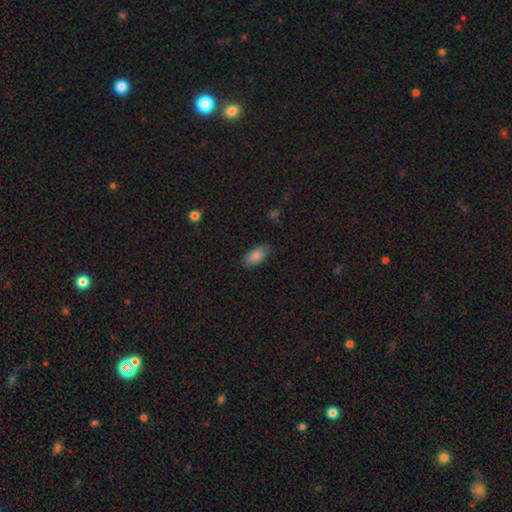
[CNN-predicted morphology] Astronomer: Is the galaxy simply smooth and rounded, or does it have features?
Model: smooth — 85%.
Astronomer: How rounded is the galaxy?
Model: in between — 90%.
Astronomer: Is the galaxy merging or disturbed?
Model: none — 82%.